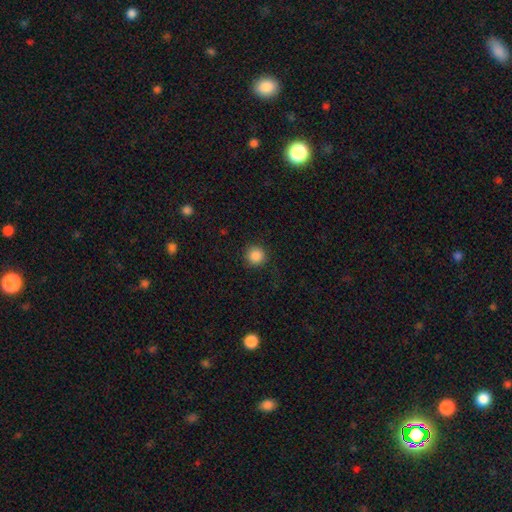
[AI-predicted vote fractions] This is clearly a smooth galaxy (87%). How rounded: clearly round (95%). Merging: clearly none (90%).